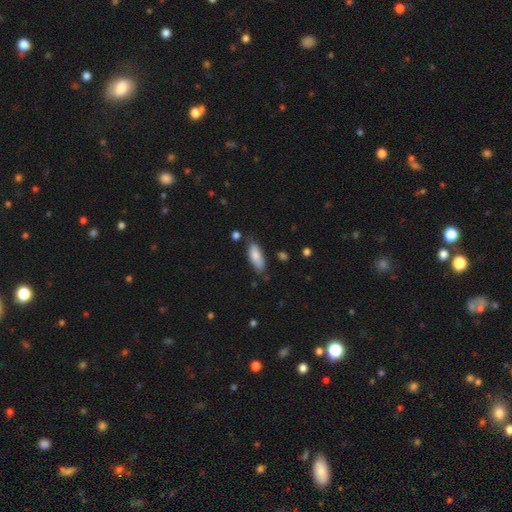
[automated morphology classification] A smooth galaxy with no disk features (82%) that is in between round and cigar-shaped (71%).

Vote fractions:
- Smooth or featured? smooth: 82% / featured or disk: 12% / star or artifact: 6%
- How rounded? in between: 71% / cigar-shaped: 27% / round: 2%
- Merging? none: 70% / minor disturbance: 22% / major disturbance: 4% / merger: 4%